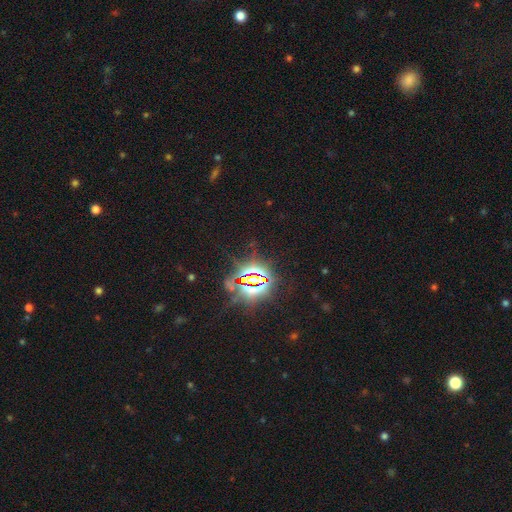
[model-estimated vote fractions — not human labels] Smooth or featured? star or artifact (83%)